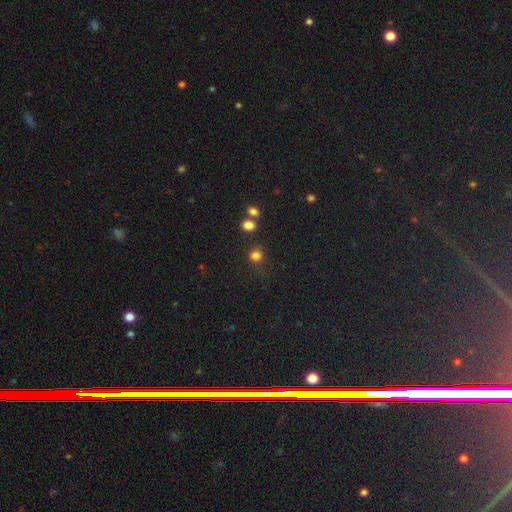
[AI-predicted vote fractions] Morphology: type=smooth (79%); roundness=round (78%); merging=none (68%).